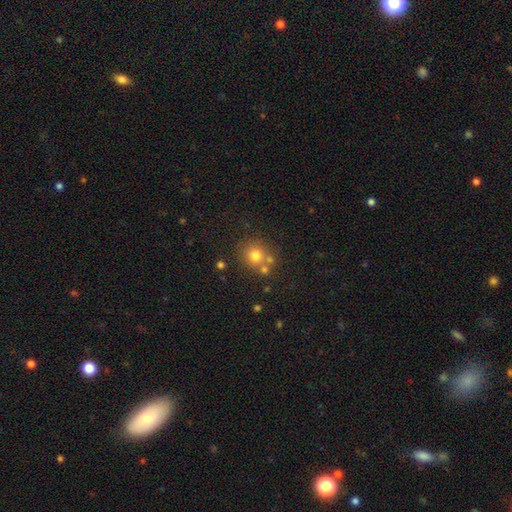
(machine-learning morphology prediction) Smooth or featured: smooth — 75% (star or artifact — 14%)
How rounded: round — 88% (in between — 11%)
Merging: none — 66% (merger — 21%)